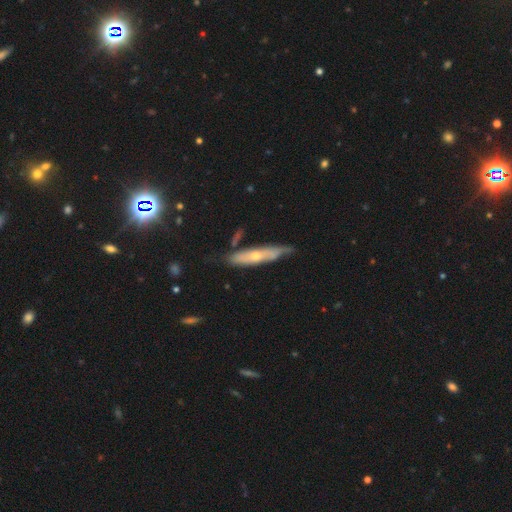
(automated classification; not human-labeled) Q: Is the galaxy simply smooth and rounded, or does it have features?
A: featured or disk — 55%.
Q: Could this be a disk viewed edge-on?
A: yes — 69%.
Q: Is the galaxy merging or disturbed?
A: none — 66%.